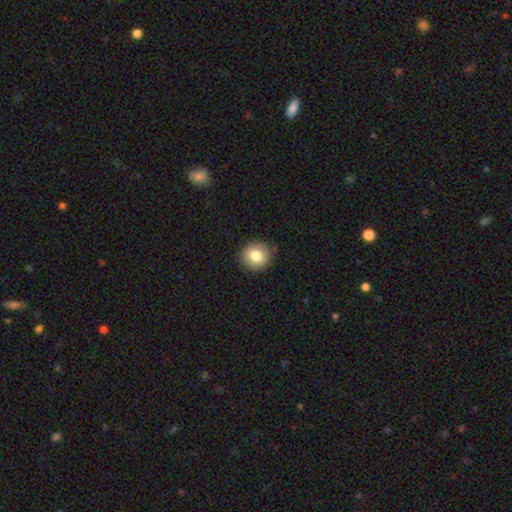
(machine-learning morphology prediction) This is clearly a smooth galaxy (80%). How rounded: clearly round (86%). Merging: clearly none (83%).